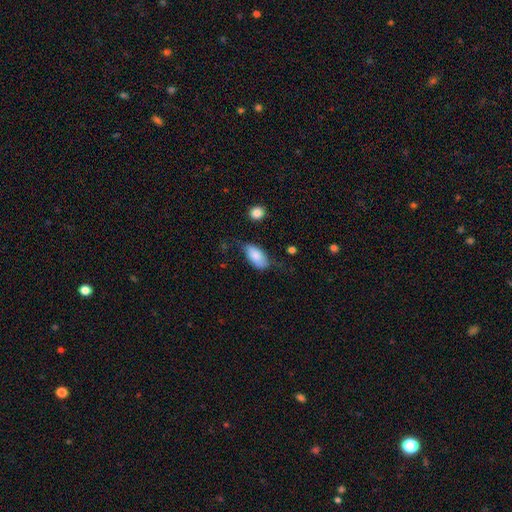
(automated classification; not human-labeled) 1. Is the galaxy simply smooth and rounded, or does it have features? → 82% smooth, 11% featured or disk, 6% star or artifact.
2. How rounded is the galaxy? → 92% in between, 5% cigar-shaped, 3% round.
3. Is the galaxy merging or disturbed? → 54% none, 32% minor disturbance, 11% major disturbance, 3% merger.